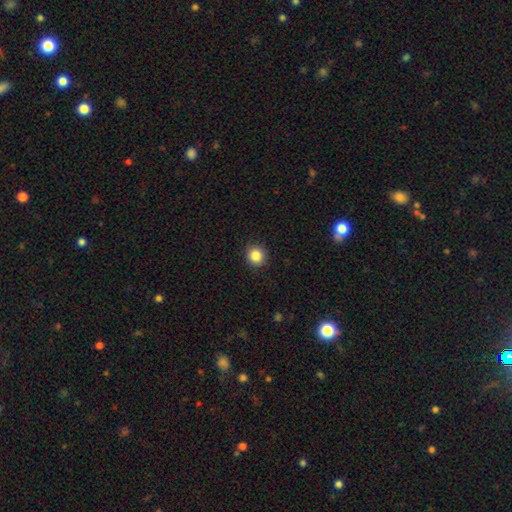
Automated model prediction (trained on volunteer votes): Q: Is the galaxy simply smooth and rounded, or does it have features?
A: smooth — 85%.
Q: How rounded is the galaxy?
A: round — 92%.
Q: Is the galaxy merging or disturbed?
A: none — 91%.